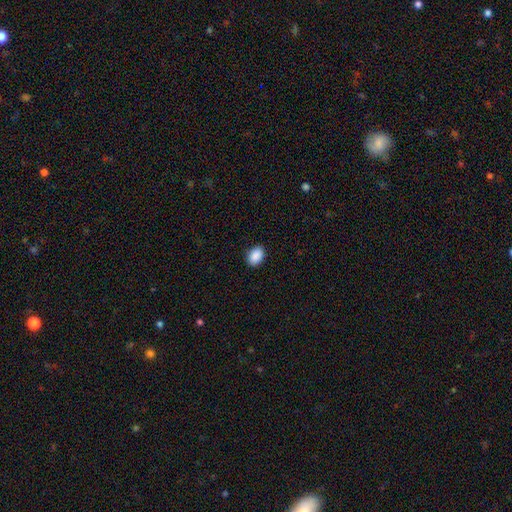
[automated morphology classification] This appears to be a smooth galaxy with no disk features (90%) that is in between round and cigar-shaped (83%). Merging: none (89%).